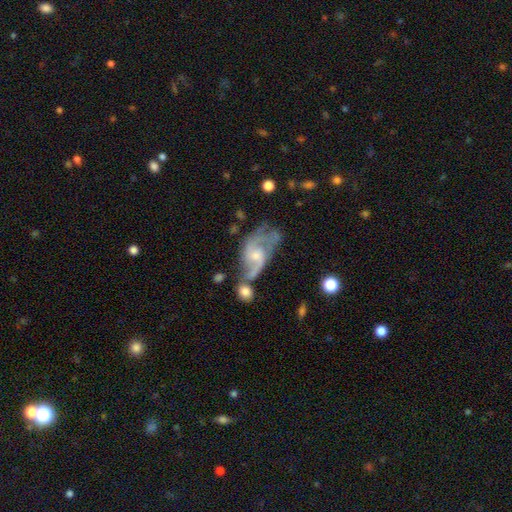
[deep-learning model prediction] The model was most divided on "spiral winding": medium: 44%, loose: 41%, tight: 15%. Remaining: edge-on disk — no (96%); spiral arms — yes (92%); smooth or featured — featured or disk (82%); spiral arm count — 2 (73%); bar — no (49%); bulge size — small (48%); merging — none (37%).